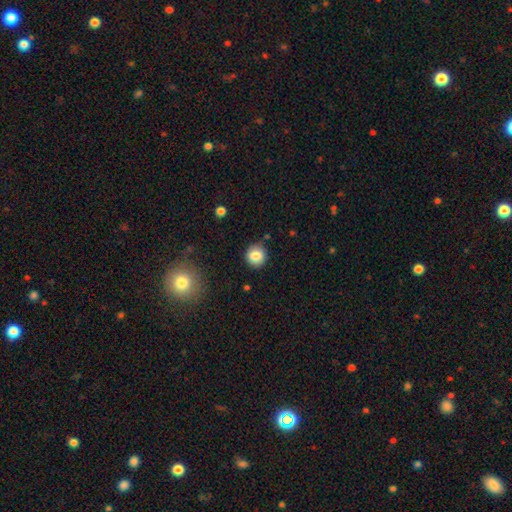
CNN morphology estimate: The model was most divided on "how rounded": round: 85%, in between: 14%, cigar-shaped: 1%. More confident: merging — none (85%); smooth or featured — smooth (83%).